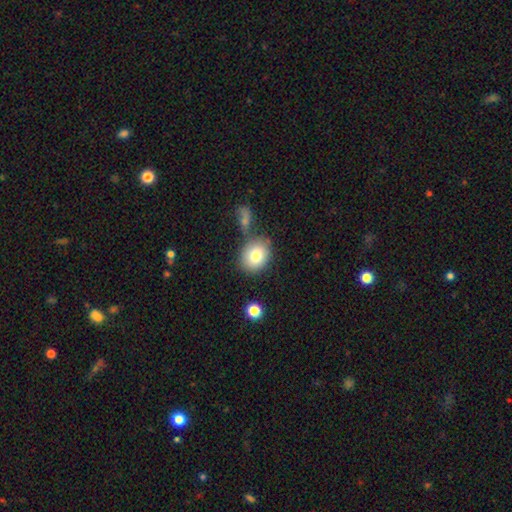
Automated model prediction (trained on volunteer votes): Smooth or featured?
  - smooth: 79% *
  - featured or disk: 12%
  - star or artifact: 9%
How rounded?
  - round: 57% *
  - in between: 42%
  - cigar-shaped: 1%
Merging?
  - none: 67% *
  - merger: 16%
  - minor disturbance: 13%
  - major disturbance: 4%